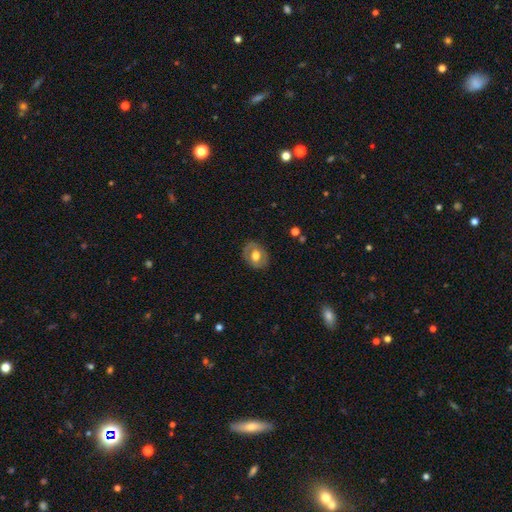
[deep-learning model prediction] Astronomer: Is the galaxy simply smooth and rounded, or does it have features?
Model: smooth — 47%, tied with featured or disk at 47%.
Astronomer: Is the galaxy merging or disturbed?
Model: none — 81%.